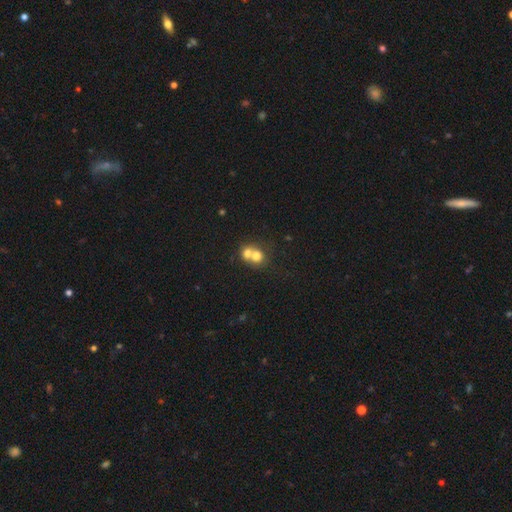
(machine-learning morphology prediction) type=smooth (71%); roundness=round (75%); merging=merger (70%).